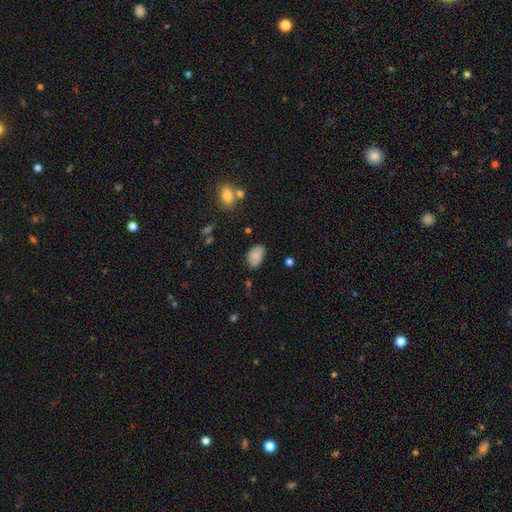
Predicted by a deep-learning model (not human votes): smooth_or_featured: smooth (p=0.75) [alt: featured or disk p=0.16]
how_rounded: in between (p=0.89) [alt: round p=0.09]
merging: none (p=0.67) [alt: minor disturbance p=0.25]